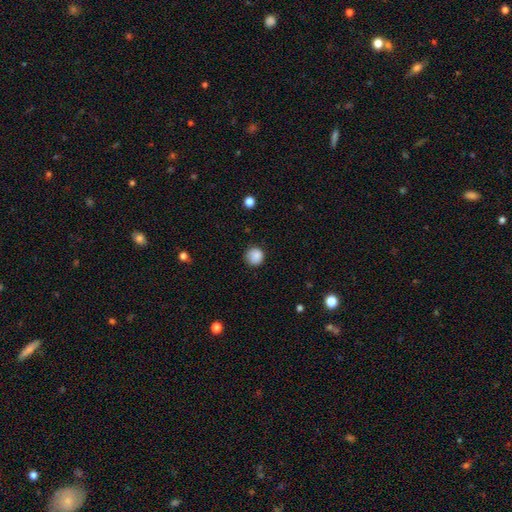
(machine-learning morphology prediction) type=smooth (87%); roundness=round (93%); merging=none (84%).